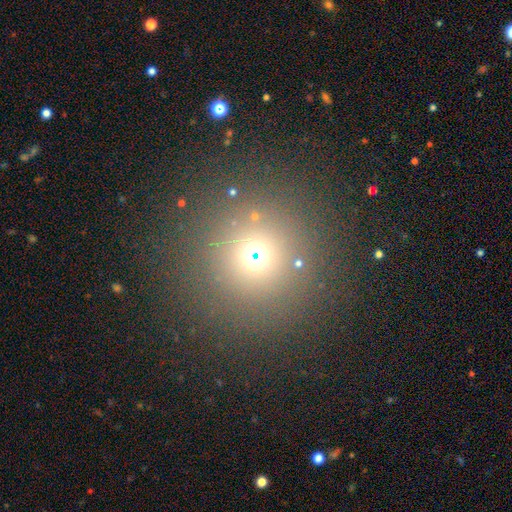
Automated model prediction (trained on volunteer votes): This appears to be a smooth galaxy with no disk features (60%) that is round (95%). Merging: none (84%).